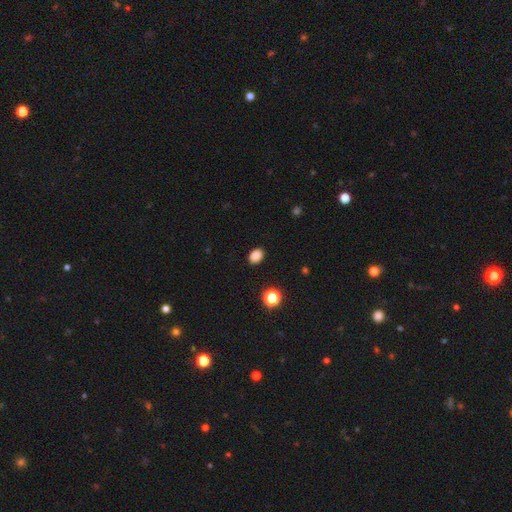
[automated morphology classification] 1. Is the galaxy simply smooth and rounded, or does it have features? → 86% smooth, 11% star or artifact, 3% featured or disk.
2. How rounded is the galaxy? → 68% in between, 31% round, 1% cigar-shaped.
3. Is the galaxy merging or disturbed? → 90% none, 7% minor disturbance, 2% major disturbance, 1% merger.